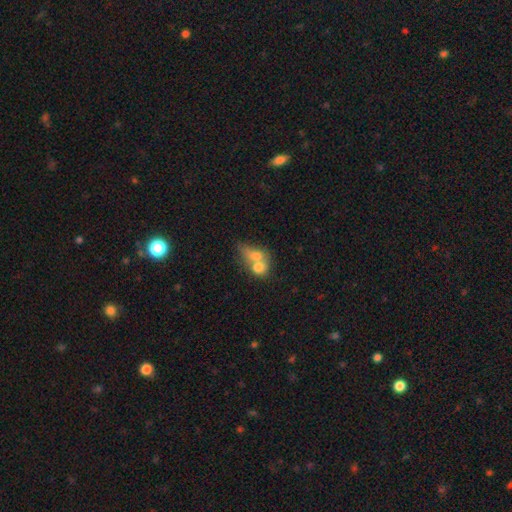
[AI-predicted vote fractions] Smooth or featured?
  - smooth: 68% *
  - featured or disk: 23%
  - star or artifact: 9%
How rounded?
  - in between: 59% *
  - round: 38%
  - cigar-shaped: 3%
Merging?
  - merger: 73% *
  - none: 14%
  - minor disturbance: 6%
  - major disturbance: 6%